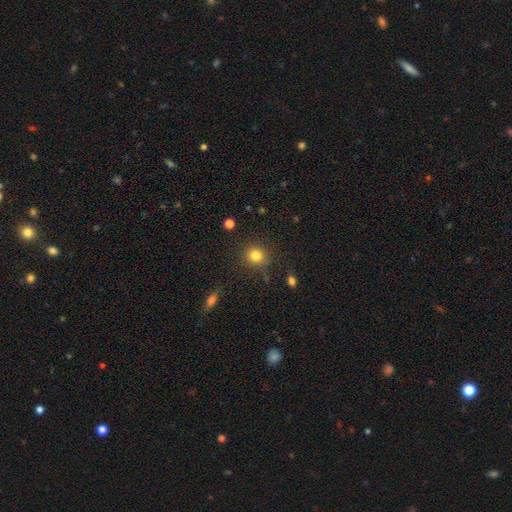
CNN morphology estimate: A smooth galaxy with no disk features (82%) that is round (87%).

Vote fractions:
- Smooth or featured? smooth: 82% / star or artifact: 12% / featured or disk: 6%
- How rounded? round: 87% / in between: 12% / cigar-shaped: 1%
- Merging? none: 84% / minor disturbance: 10% / major disturbance: 3% / merger: 2%